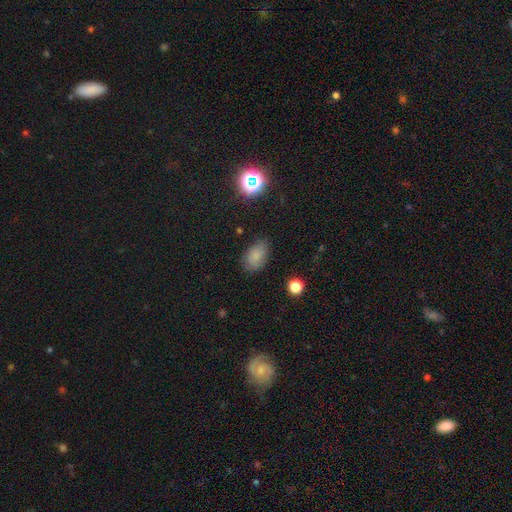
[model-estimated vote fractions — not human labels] A smooth galaxy with no disk features (78%) that is in between round and cigar-shaped (88%).

Vote fractions:
- Smooth or featured? smooth: 78% / star or artifact: 14% / featured or disk: 8%
- How rounded? in between: 88% / round: 11% / cigar-shaped: 2%
- Merging? none: 76% / minor disturbance: 18% / major disturbance: 5% / merger: 2%